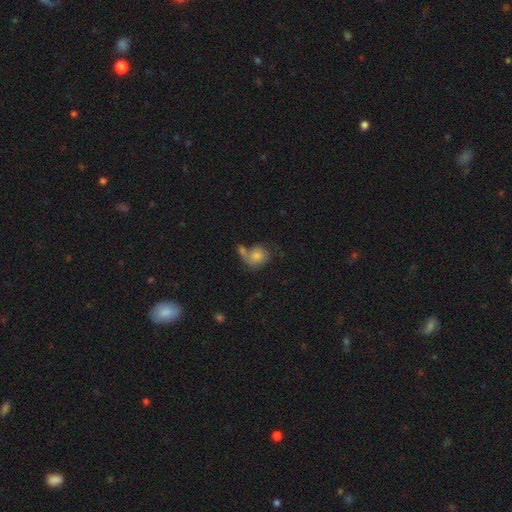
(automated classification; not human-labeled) A smooth galaxy with no disk features (70%) that is round (63%).

Vote fractions:
- Smooth or featured? smooth: 70% / featured or disk: 21% / star or artifact: 8%
- How rounded? round: 63% / in between: 36% / cigar-shaped: 1%
- Merging? merger: 36% / none: 32% / minor disturbance: 17% / major disturbance: 15%